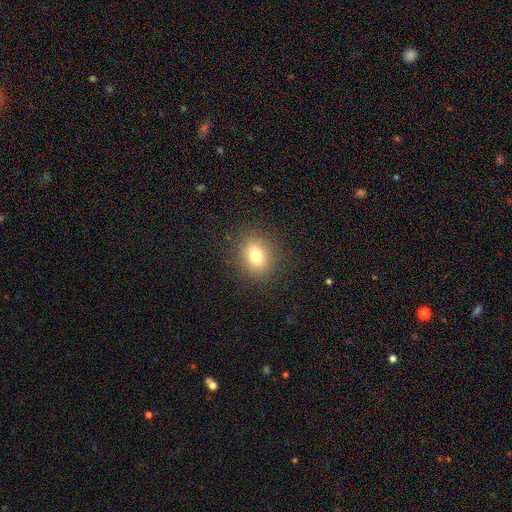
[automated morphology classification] This appears to be a smooth galaxy with no disk features (77%) that is round (51%). Merging: none (87%).